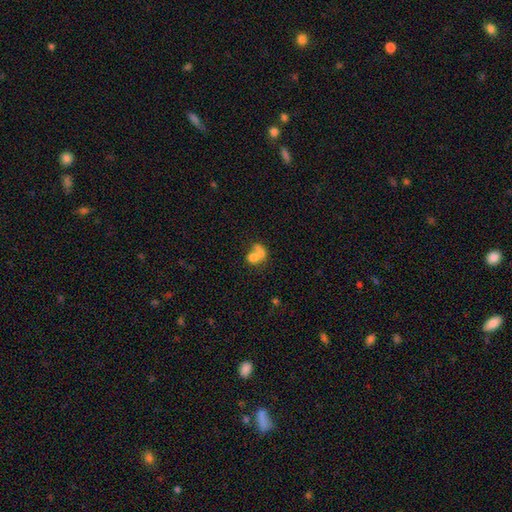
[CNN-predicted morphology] Smooth or featured? smooth (63%)
How rounded? round (54%)
Merging? merger (66%)